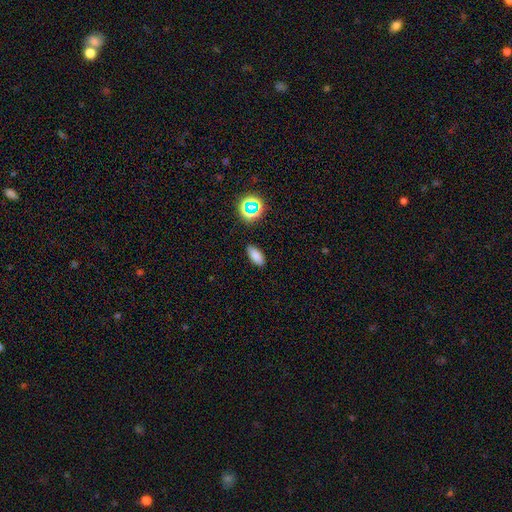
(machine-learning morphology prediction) This is likely a smooth galaxy (80%). How rounded: clearly in between (85%). Merging: clearly none (87%).